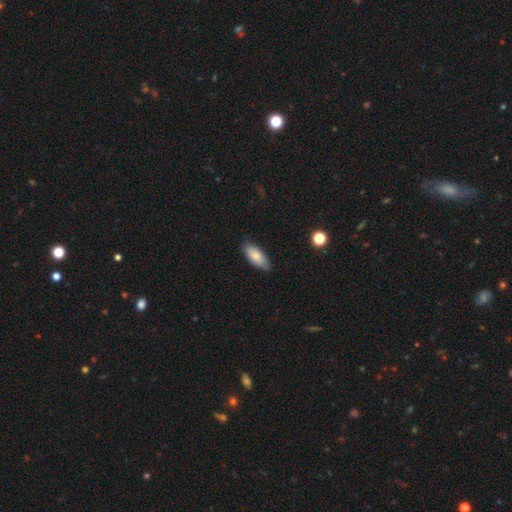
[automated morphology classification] The model was most divided on "how rounded": in between: 79%, cigar-shaped: 19%, round: 2%. More confident: merging — none (83%); smooth or featured — smooth (81%).